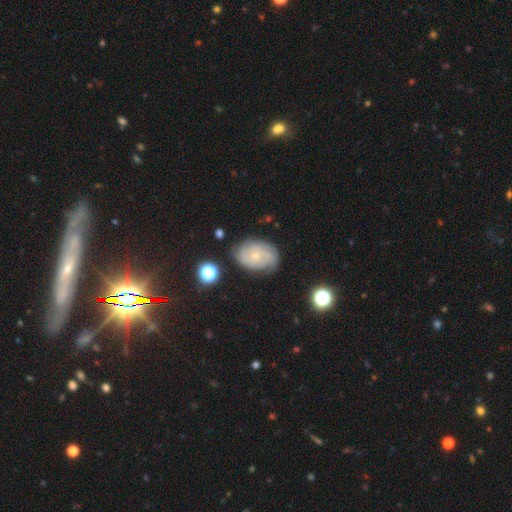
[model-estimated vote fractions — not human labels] This is likely a featured or disk galaxy (66%). It is clearly not viewed edge-on (96%). Bar: likely no (78%). Spiral arm pattern: clearly yes (86%). Spiral arm count: marginally can't tell (40%). Spiral winding: possibly tight (58%). Central bulge: likely small (76%). Merging: likely none (74%).